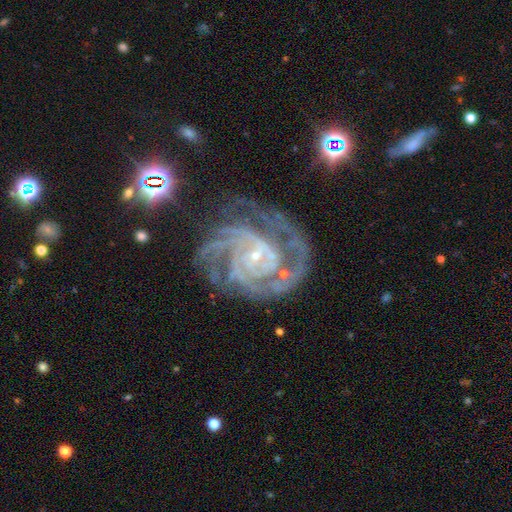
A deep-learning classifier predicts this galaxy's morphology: featured or disk 91%, star or artifact 6%, smooth 3%. Down the decision tree: edge-on disk — no (98%); bar — no (62%); spiral arms — yes (98%); spiral arm count — 3 (27%, tied with 4); spiral winding — tight (67%); bulge size — small (86%); merging — none (64%).